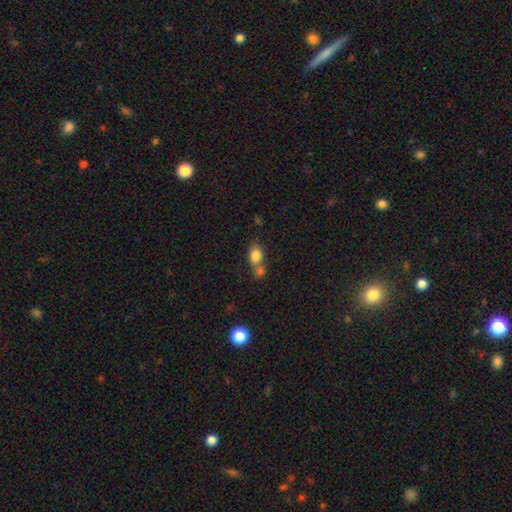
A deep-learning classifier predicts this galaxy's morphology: This appears to be a smooth galaxy with no disk features (81%) that is in between round and cigar-shaped (65%). Merging: merger (46%).